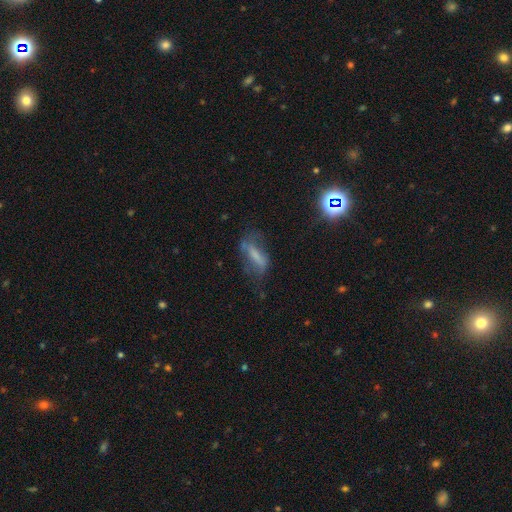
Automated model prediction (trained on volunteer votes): Q: Smooth or featured?
A: smooth (45%); runner-up: featured or disk (39%)
Q: Merging?
A: none (45%); runner-up: minor disturbance (26%)